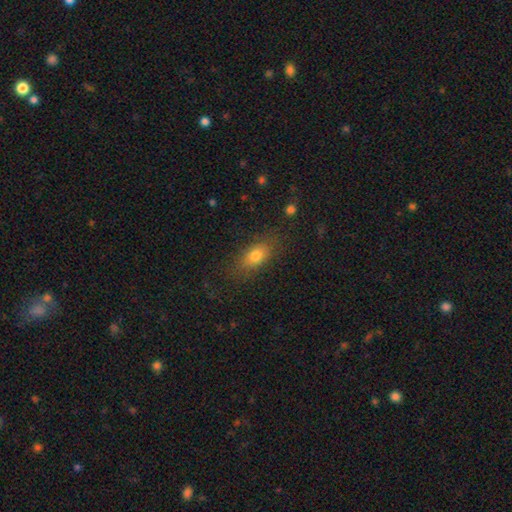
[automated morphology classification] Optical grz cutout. It shows a smooth galaxy with no disk features (77%) that is in between round and cigar-shaped (78%). Merging: none (79%).